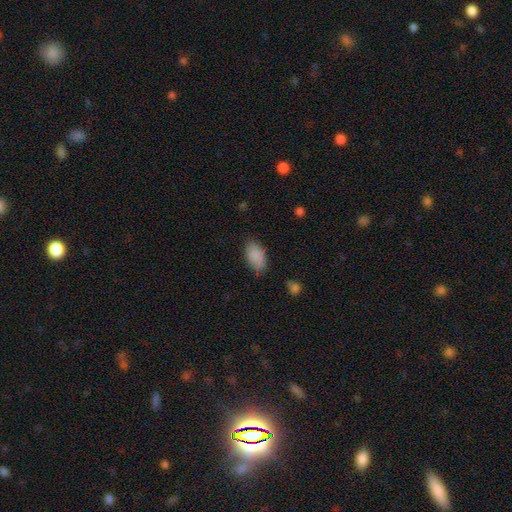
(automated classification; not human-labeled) Smooth or featured: smooth — 86% (star or artifact — 9%)
How rounded: in between — 93% (round — 5%)
Merging: none — 76% (minor disturbance — 18%)